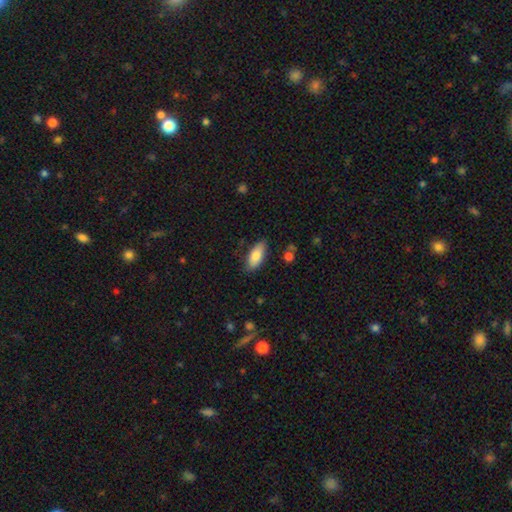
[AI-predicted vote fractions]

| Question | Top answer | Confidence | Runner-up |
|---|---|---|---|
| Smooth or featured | smooth | 83% | featured or disk (11%) |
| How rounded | in between | 82% | cigar-shaped (16%) |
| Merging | none | 82% | minor disturbance (14%) |